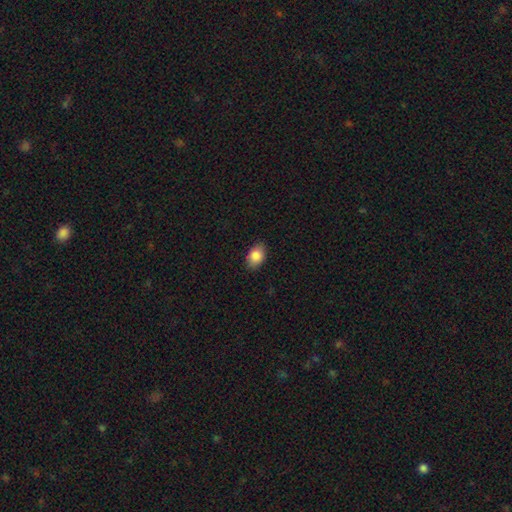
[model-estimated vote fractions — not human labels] Q: Smooth or featured?
A: smooth (88%); runner-up: star or artifact (7%)
Q: How rounded?
A: in between (85%); runner-up: round (14%)
Q: Merging?
A: none (85%); runner-up: minor disturbance (12%)